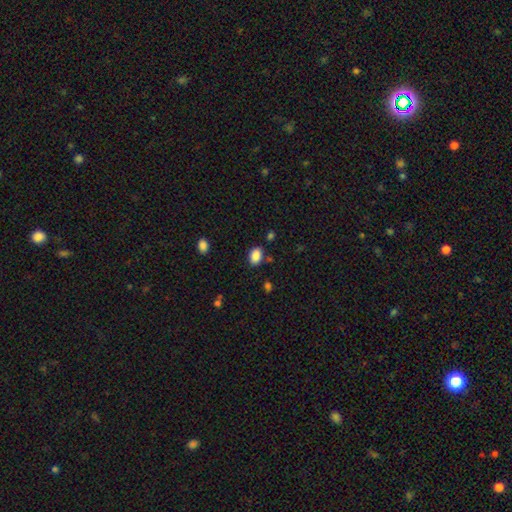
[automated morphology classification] This is clearly a smooth galaxy (88%). How rounded: clearly in between (80%). Merging: clearly none (81%).